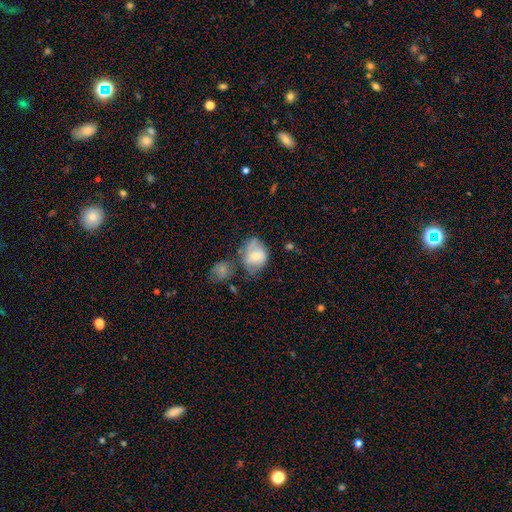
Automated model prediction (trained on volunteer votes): A smooth galaxy with no disk features (59%) that is in between round and cigar-shaped (57%).

Vote fractions:
- Smooth or featured? smooth: 59% / featured or disk: 33% / star or artifact: 8%
- How rounded? in between: 57% / round: 42% / cigar-shaped: 1%
- Merging? none: 37% / minor disturbance: 31% / major disturbance: 17% / merger: 15%